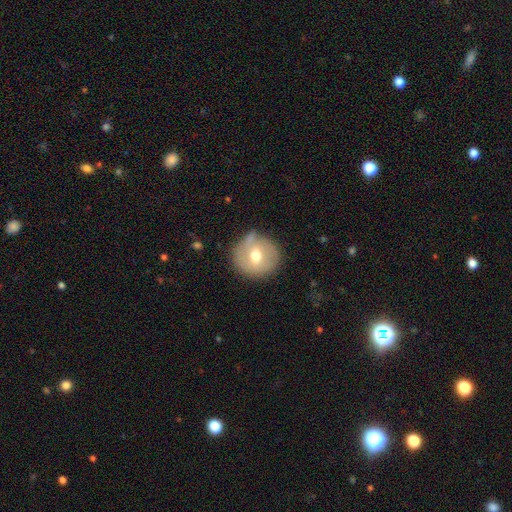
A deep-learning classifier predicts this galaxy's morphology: The model was most divided on "smooth or featured": smooth: 60%, featured or disk: 32%, star or artifact: 8%. More confident: how rounded — round (92%); merging — none (71%).